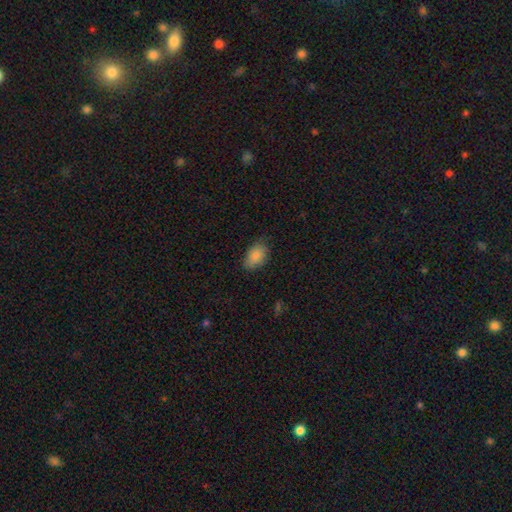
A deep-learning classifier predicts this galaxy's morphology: Smooth or featured: smooth — 87% (star or artifact — 7%)
How rounded: in between — 91% (round — 7%)
Merging: none — 78% (minor disturbance — 18%)